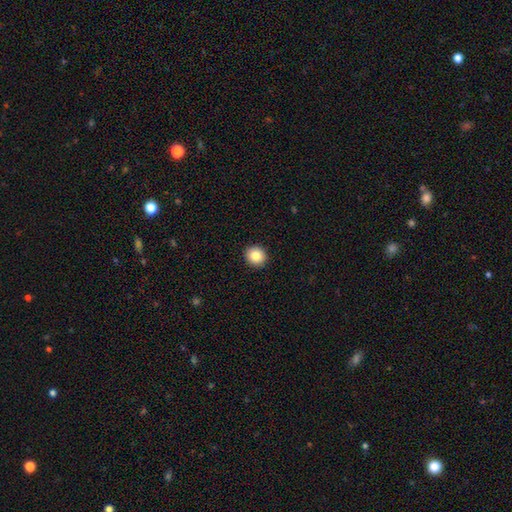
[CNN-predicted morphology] Overall: smooth (85%). How rounded: round (89%). Merging: none (92%).